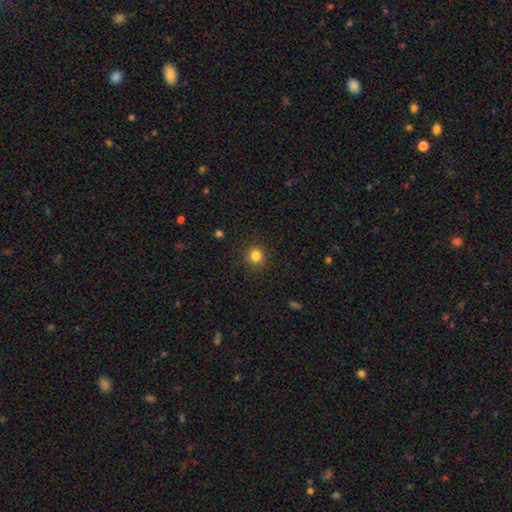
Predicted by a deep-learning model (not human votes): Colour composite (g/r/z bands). It shows a smooth galaxy with no disk features (83%) that is round (92%). Merging: none (89%).